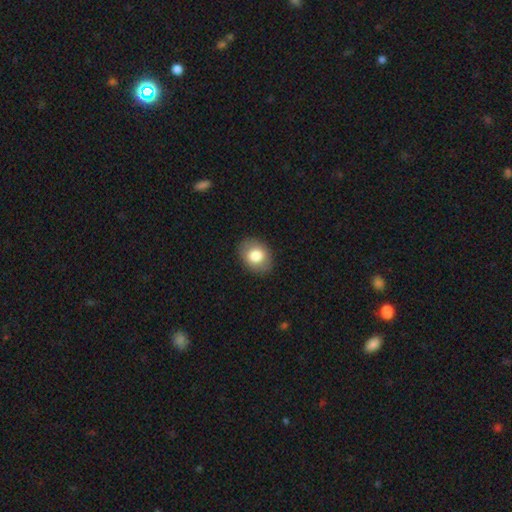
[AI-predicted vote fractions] Smooth or featured? Predicted: smooth (p=0.81). How rounded? Predicted: in between (p=0.65). Merging? Predicted: none (p=0.88).